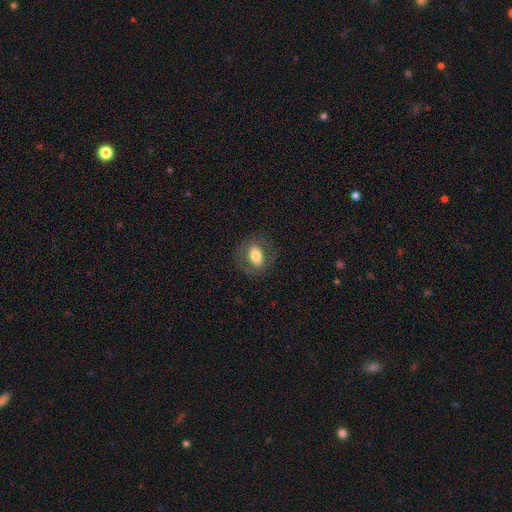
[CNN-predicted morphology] This appears to be a smooth galaxy with no disk features (62%) that is in between round and cigar-shaped (68%). Merging: none (78%).